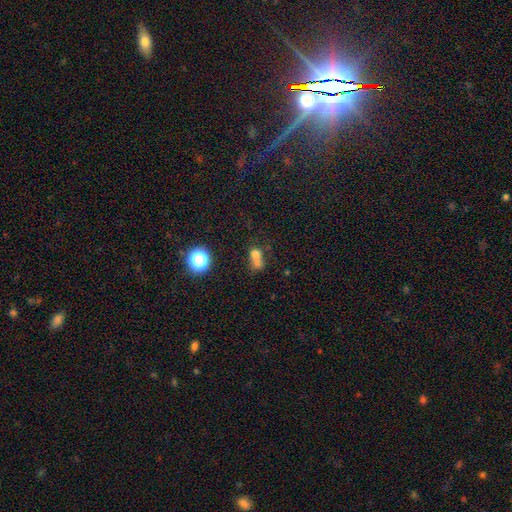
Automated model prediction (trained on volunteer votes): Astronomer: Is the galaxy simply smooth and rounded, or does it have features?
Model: smooth — 63%.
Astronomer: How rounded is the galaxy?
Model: in between — 52% (runner-up: round, 42%).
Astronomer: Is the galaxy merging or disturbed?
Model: merger — 39% (runner-up: none, 29%).